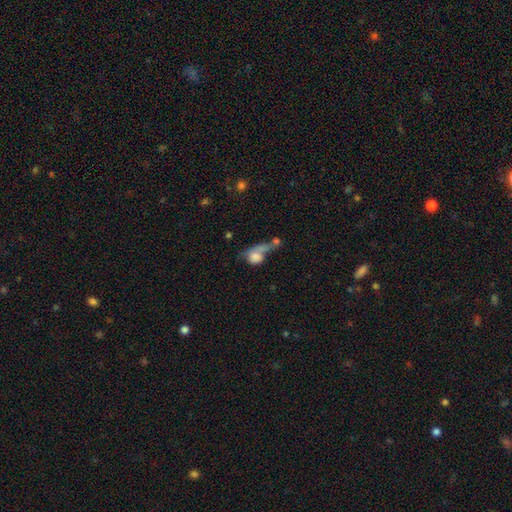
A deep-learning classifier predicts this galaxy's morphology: A smooth galaxy with no disk features (70%) that is round (48%).

Vote fractions:
- Smooth or featured? smooth: 70% / featured or disk: 19% / star or artifact: 11%
- How rounded? round: 48% / in between: 46% / cigar-shaped: 5%
- Merging? merger: 42% / major disturbance: 24% / none: 21% / minor disturbance: 13%